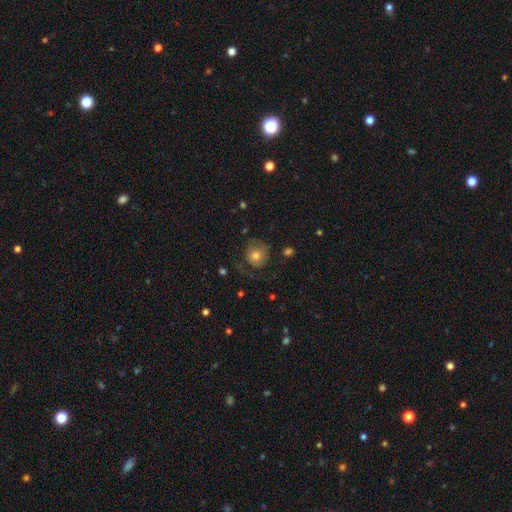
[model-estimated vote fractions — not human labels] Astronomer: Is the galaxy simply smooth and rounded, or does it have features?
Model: smooth — 70%.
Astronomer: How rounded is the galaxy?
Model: round — 88%.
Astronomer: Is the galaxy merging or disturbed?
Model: none — 59%.